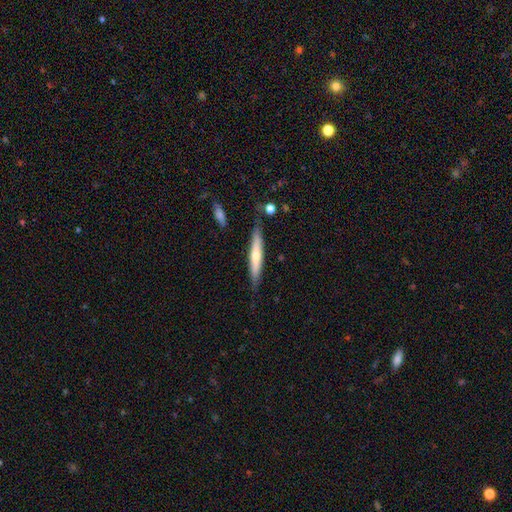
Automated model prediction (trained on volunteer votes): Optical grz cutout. It shows a smooth galaxy with no disk features (49%). Merging: none (81%).